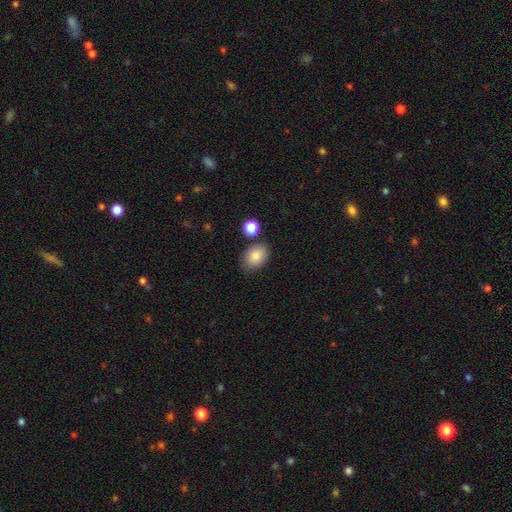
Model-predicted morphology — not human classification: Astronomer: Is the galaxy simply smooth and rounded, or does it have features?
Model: smooth — 85%.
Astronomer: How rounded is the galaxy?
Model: in between — 77%.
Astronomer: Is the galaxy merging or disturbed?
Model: none — 77%.